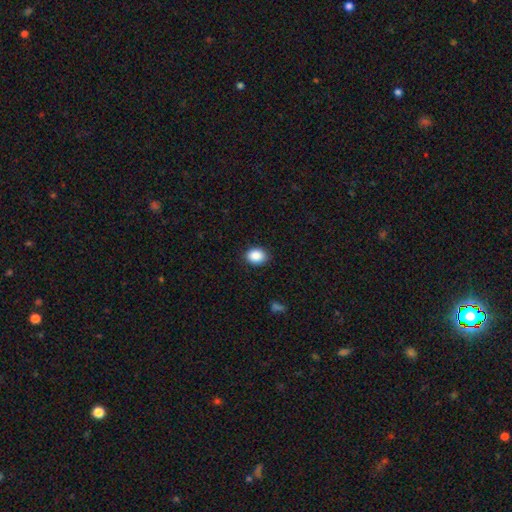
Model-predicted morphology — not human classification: type=smooth (89%); roundness=in between (61%); merging=none (87%).